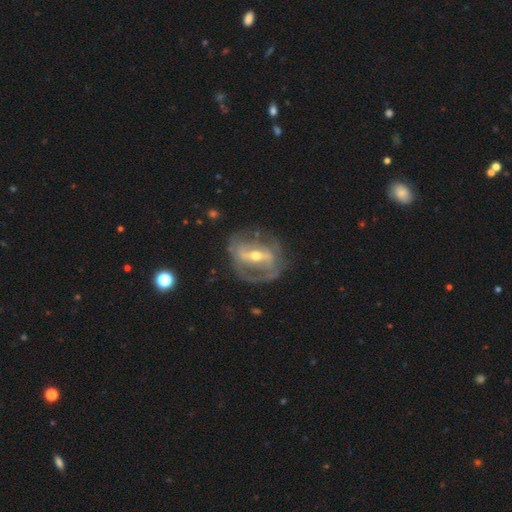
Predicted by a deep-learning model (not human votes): A featured or disk galaxy (83%) with a strong bar (58%), 2 (59%) tight (40%, tied with medium) spiral arms (75%) and a moderate central bulge (54%).

Vote fractions:
- Smooth or featured? featured or disk: 83% / smooth: 10% / star or artifact: 7%
- Edge-on disk? no: 93% / yes: 7%
- Bar? strong: 58% / weak: 29% / no: 13%
- Spiral arms? yes: 75% / no: 25%
- Spiral winding? tight: 40% (tied) / medium: 40% (tied) / loose: 20%
- Spiral arm count? 2: 59% / can't tell: 23% / 1: 8% / 3: 7% / 4: 2% / more than 4: 2%
- Bulge size? moderate: 54% / small: 42% / large: 3% / none: 1% / dominant: 1%
- Merging? none: 62% / minor disturbance: 20% / major disturbance: 16% / merger: 2%